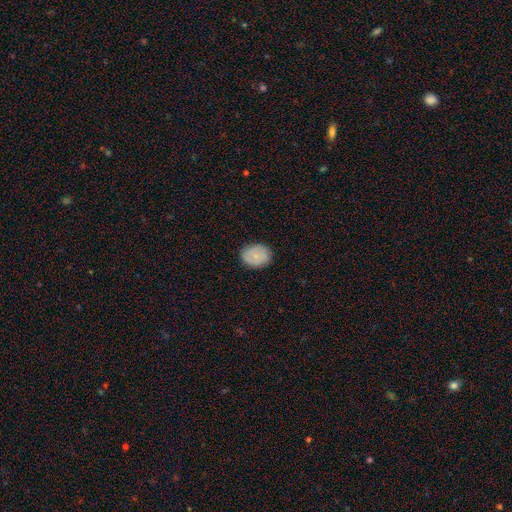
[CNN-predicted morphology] A smooth galaxy with no disk features (79%) that is in between round and cigar-shaped (54%). Merging: none (85%).